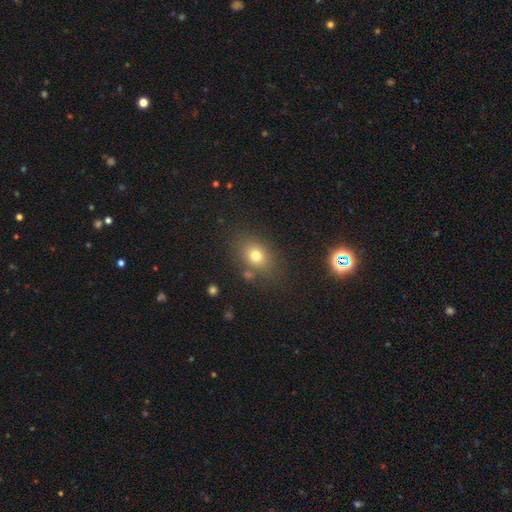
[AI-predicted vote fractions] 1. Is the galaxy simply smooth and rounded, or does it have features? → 74% smooth, 14% star or artifact, 12% featured or disk.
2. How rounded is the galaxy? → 64% in between, 35% round, 1% cigar-shaped.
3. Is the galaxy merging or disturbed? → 76% none, 13% minor disturbance, 6% merger, 5% major disturbance.